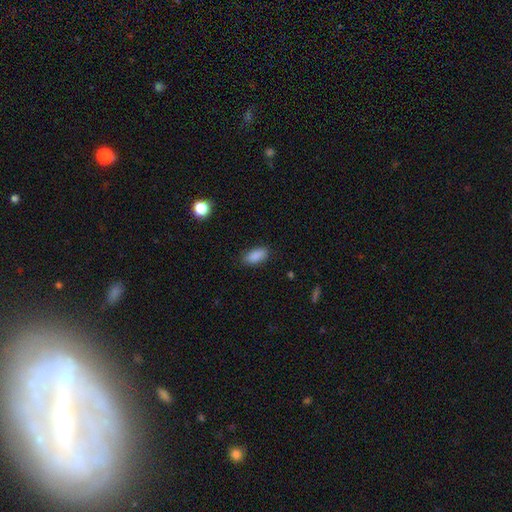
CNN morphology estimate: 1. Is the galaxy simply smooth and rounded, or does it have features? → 88% smooth, 8% star or artifact, 4% featured or disk.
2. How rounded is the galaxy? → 90% in between, 7% cigar-shaped, 4% round.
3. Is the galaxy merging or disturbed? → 85% none, 11% minor disturbance, 3% major disturbance, 1% merger.